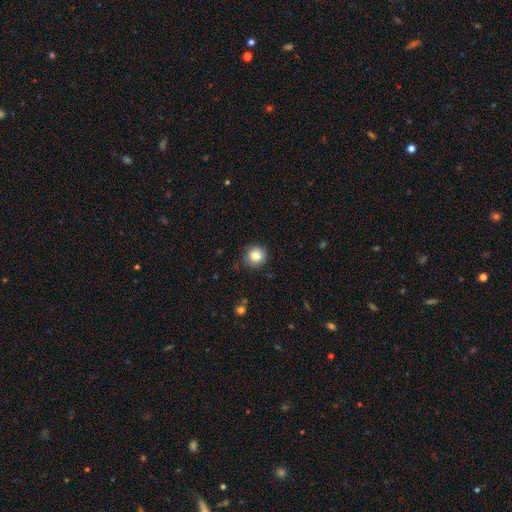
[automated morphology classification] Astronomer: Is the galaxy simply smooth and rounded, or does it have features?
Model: smooth — 83%.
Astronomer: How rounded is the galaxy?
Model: round — 92%.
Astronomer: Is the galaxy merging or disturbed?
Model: none — 86%.